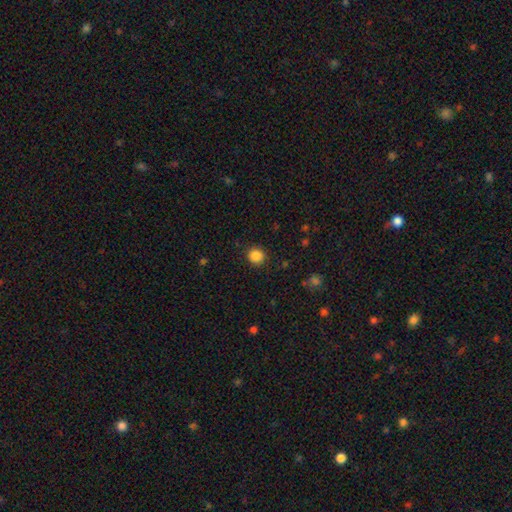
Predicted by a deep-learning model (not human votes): The model was most divided on "smooth or featured": smooth: 87%, star or artifact: 10%, featured or disk: 3%. More confident: merging — none (90%); how rounded — round (89%).